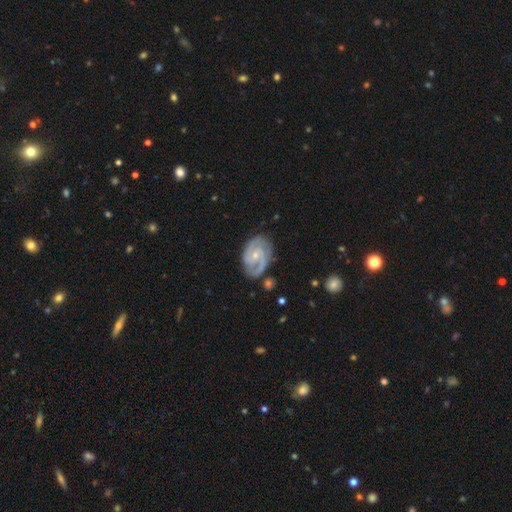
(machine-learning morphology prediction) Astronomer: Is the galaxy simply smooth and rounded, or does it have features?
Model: featured or disk — 88%.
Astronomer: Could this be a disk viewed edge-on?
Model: no — 98%.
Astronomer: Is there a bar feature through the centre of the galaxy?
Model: no — 56% (runner-up: weak, 37%).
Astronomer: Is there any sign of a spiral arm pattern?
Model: yes — 97%.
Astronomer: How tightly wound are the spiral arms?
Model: tight — 50% (runner-up: medium, 42%).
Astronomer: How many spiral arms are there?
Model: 2 — 68%.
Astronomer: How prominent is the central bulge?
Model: small — 67%.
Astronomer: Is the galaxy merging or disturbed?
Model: none — 72%.